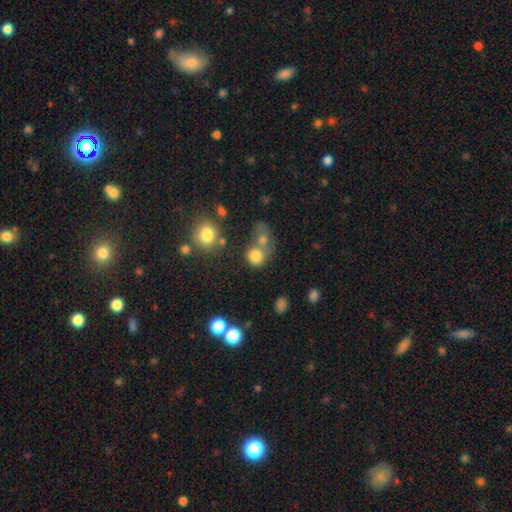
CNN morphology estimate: type=smooth (77%); roundness=round (80%); merging=none (42%).